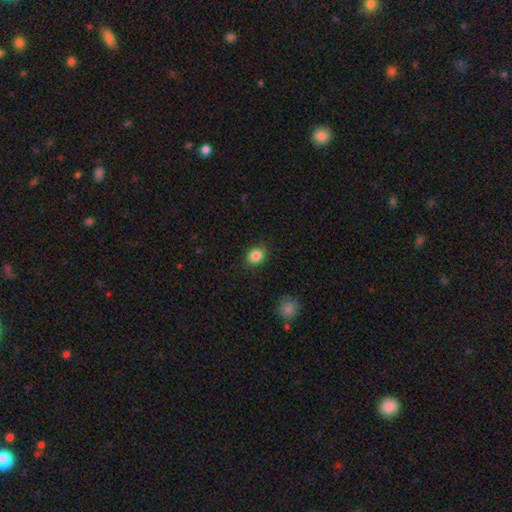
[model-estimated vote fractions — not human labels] A smooth galaxy with no disk features (86%) that is round (55%). Merging: none (87%).